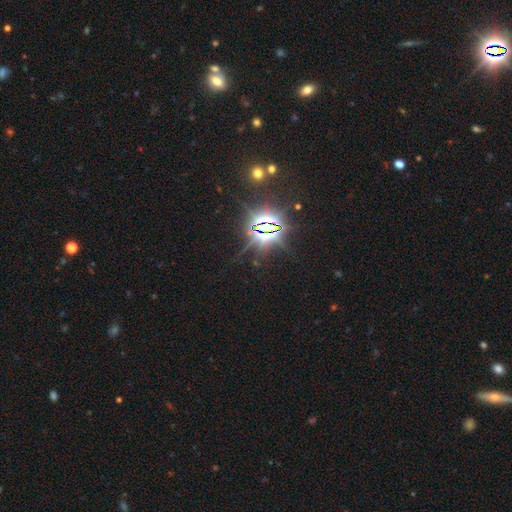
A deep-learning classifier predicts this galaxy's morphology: Smooth or featured?
  - star or artifact: 84% *
  - smooth: 9%
  - featured or disk: 7%